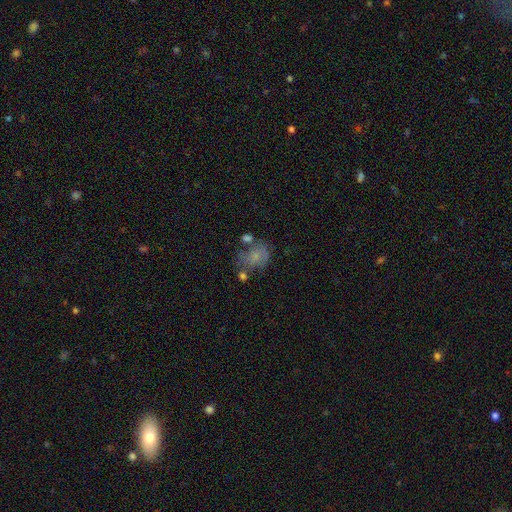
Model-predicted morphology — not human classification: A smooth galaxy with no disk features (53%) that is in between round and cigar-shaped (54%). Merging: none (39%).